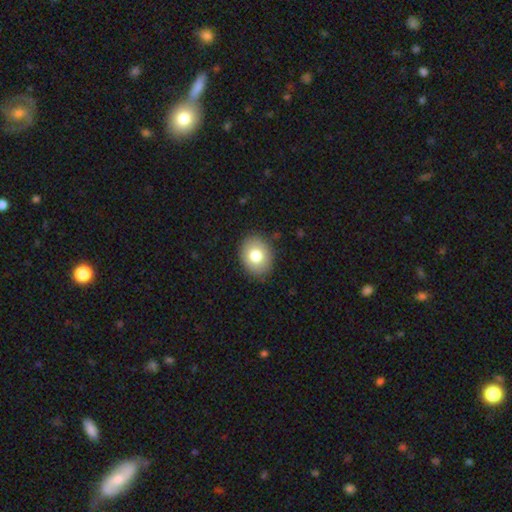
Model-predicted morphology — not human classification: This appears to be a smooth galaxy with no disk features (78%) that is in between round and cigar-shaped (50%). Merging: none (88%).